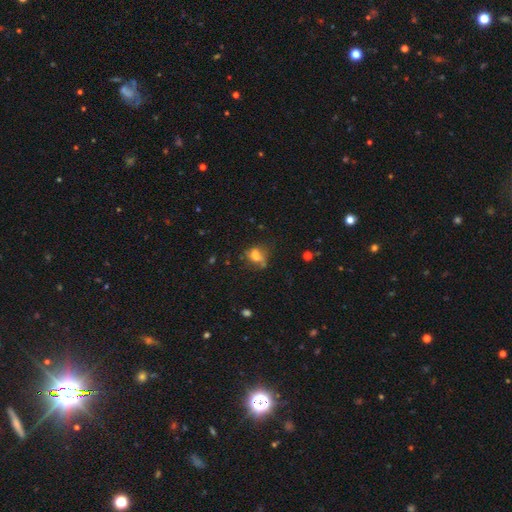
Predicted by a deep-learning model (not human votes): A smooth galaxy with no disk features (62%) that is in between round and cigar-shaped (70%). Merging: none (36%).